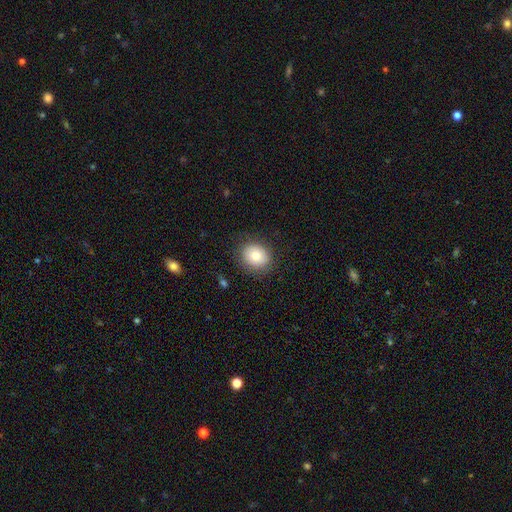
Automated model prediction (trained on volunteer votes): This appears to be a smooth galaxy with no disk features (79%) that is round (69%). Merging: none (85%).